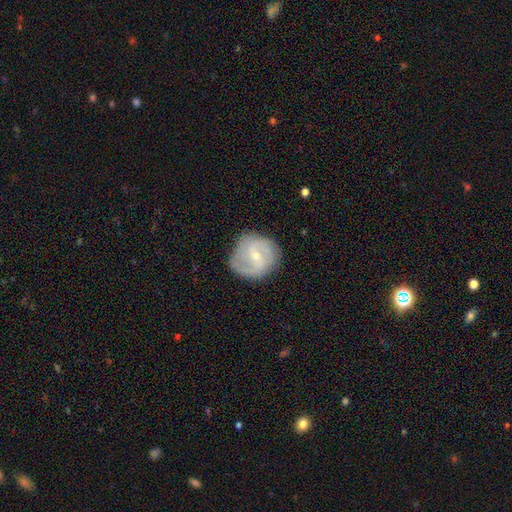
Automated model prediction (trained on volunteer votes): A featured or disk galaxy (71%) with a weak bar (55%), 2 (72%) medium (47%) spiral arms (87%) and a small central bulge (62%).

Vote fractions:
- Smooth or featured? featured or disk: 71% / smooth: 23% / star or artifact: 6%
- Edge-on disk? no: 97% / yes: 3%
- Bar? weak: 55% / no: 26% / strong: 19%
- Spiral arms? yes: 87% / no: 13%
- Spiral winding? medium: 47% / tight: 27% / loose: 27%
- Spiral arm count? 2: 72% / can't tell: 15% / 3: 6% / 1: 4% / 4: 2% / more than 4: 2%
- Bulge size? small: 62% / moderate: 34% / none: 2% / large: 1% / dominant: 1%
- Merging? none: 72% / minor disturbance: 20% / major disturbance: 7% / merger: 1%